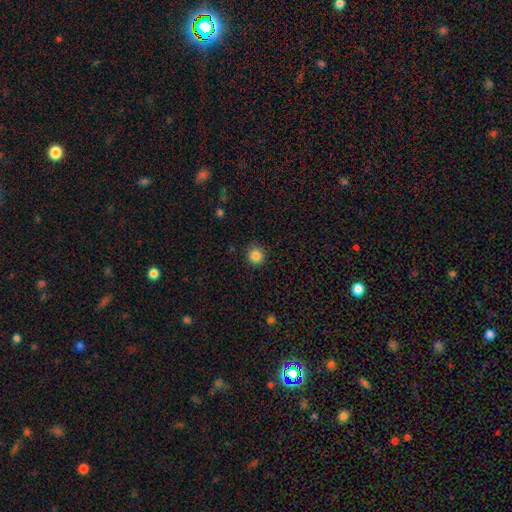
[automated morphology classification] type=smooth (86%); roundness=round (90%); merging=none (90%).